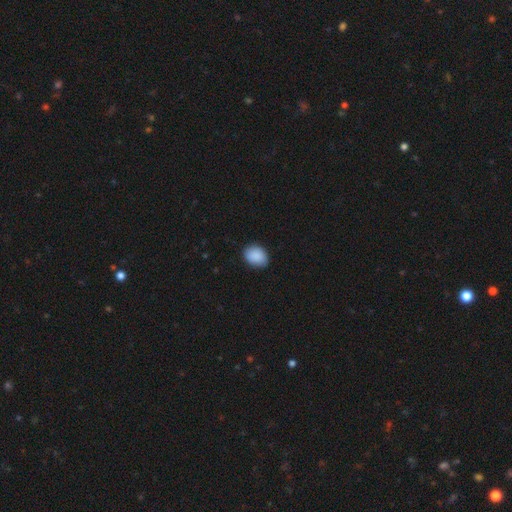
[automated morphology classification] smooth_or_featured: smooth (p=0.90) [alt: star or artifact p=0.07]
how_rounded: in between (p=0.61) [alt: round p=0.38]
merging: none (p=0.85) [alt: minor disturbance p=0.12]